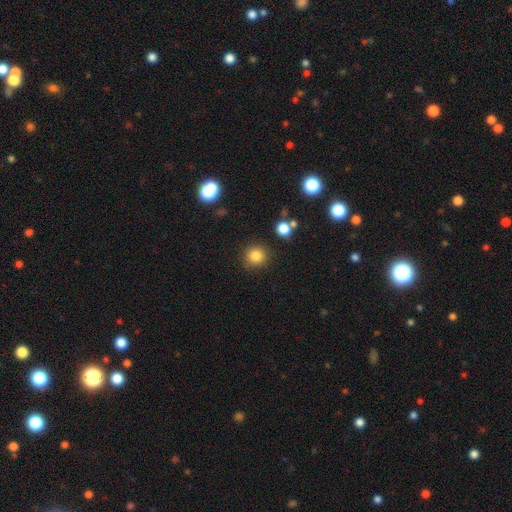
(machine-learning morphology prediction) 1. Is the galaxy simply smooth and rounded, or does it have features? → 83% smooth, 12% star or artifact, 5% featured or disk.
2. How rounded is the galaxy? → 92% round, 7% in between, 1% cigar-shaped.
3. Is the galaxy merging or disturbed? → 87% none, 8% minor disturbance, 3% major disturbance, 2% merger.